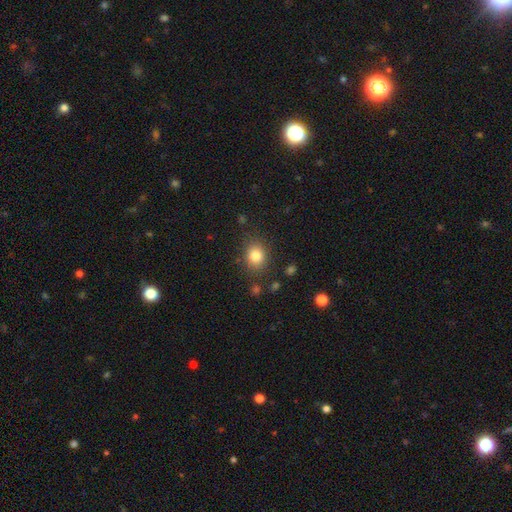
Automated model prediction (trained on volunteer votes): Overall: smooth (83%). How rounded: round (62%; in between 37%). Merging: none (80%).